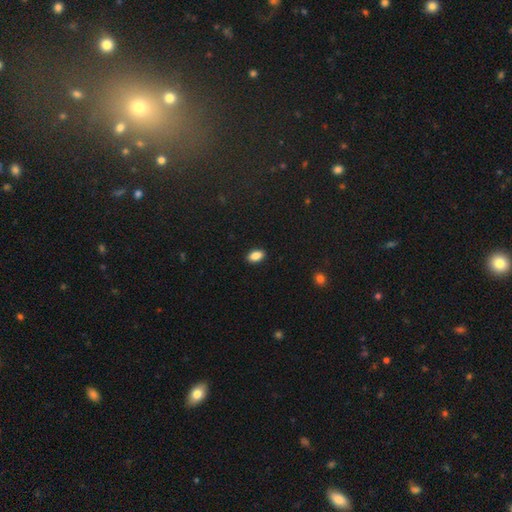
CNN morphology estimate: Smooth or featured? Predicted: smooth (p=0.87). How rounded? Predicted: in between (p=0.91). Merging? Predicted: none (p=0.90).